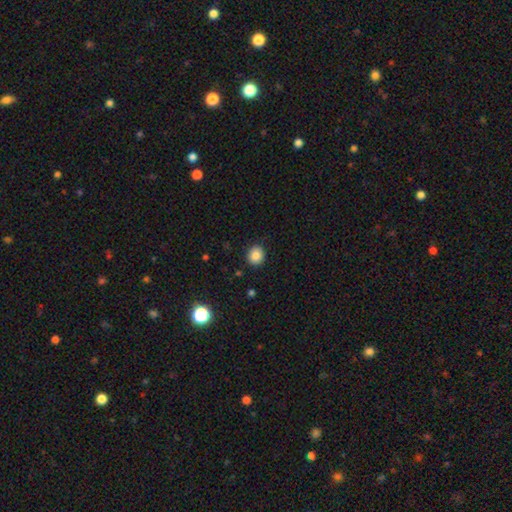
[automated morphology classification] This is clearly a smooth galaxy (85%). How rounded: clearly round (81%). Merging: clearly none (89%).